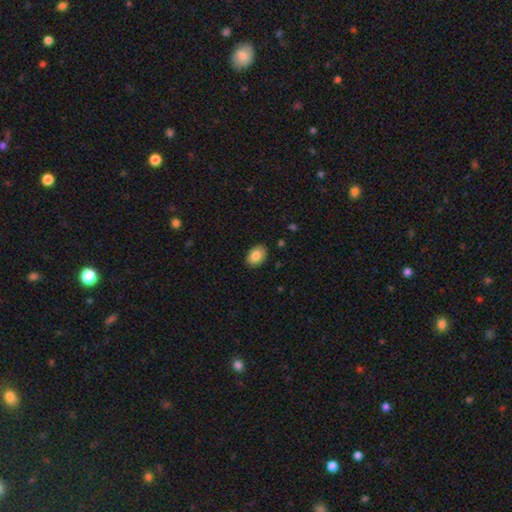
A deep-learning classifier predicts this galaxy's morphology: Overall: smooth (84%). How rounded: in between (81%). Merging: none (89%).